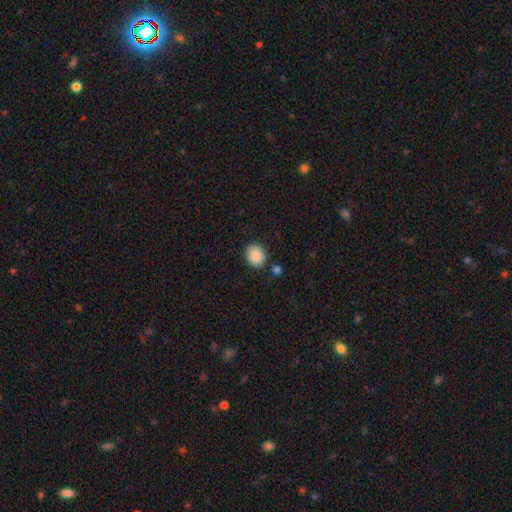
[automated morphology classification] Q: Smooth or featured?
A: smooth (89%); runner-up: star or artifact (8%)
Q: How rounded?
A: round (70%); runner-up: in between (29%)
Q: Merging?
A: none (85%); runner-up: minor disturbance (9%)